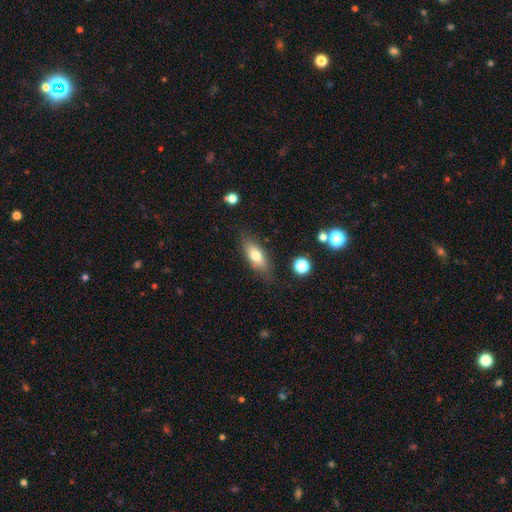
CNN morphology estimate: A smooth galaxy with no disk features (72%) that is in between round and cigar-shaped (72%). Merging: none (79%).